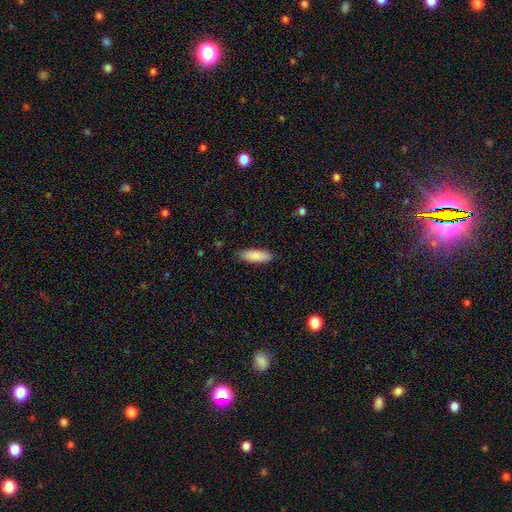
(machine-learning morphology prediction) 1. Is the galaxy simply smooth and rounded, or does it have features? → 87% smooth, 7% featured or disk, 6% star or artifact.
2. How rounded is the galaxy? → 57% in between, 41% cigar-shaped, 2% round.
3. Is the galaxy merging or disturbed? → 87% none, 10% minor disturbance, 2% major disturbance, 1% merger.